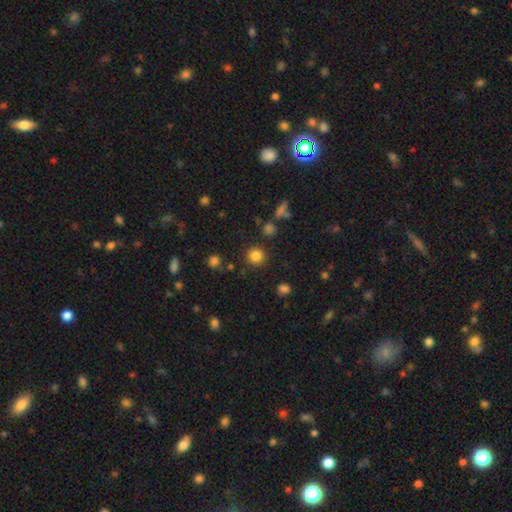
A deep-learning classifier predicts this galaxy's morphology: Overall: smooth (83%). How rounded: round (92%). Merging: none (87%).